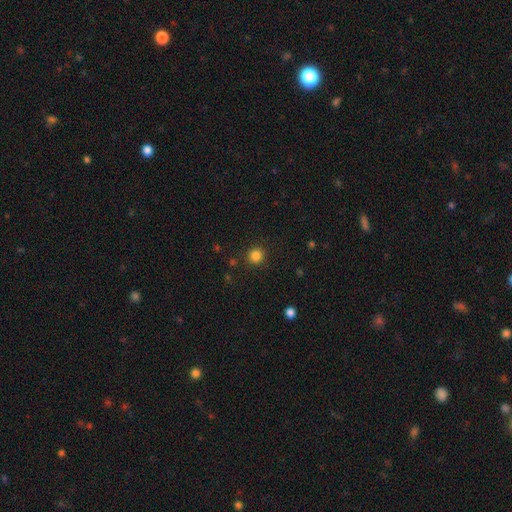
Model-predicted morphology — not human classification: Q: Smooth or featured?
A: smooth (83%); runner-up: star or artifact (13%)
Q: How rounded?
A: round (93%); runner-up: in between (6%)
Q: Merging?
A: none (91%); runner-up: minor disturbance (6%)